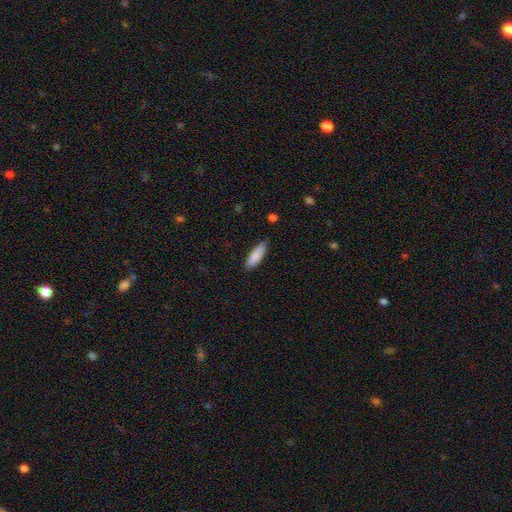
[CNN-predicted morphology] smooth 87%, featured or disk 7%, star or artifact 6%. Down the decision tree: how rounded — cigar-shaped (55%); merging — none (84%).